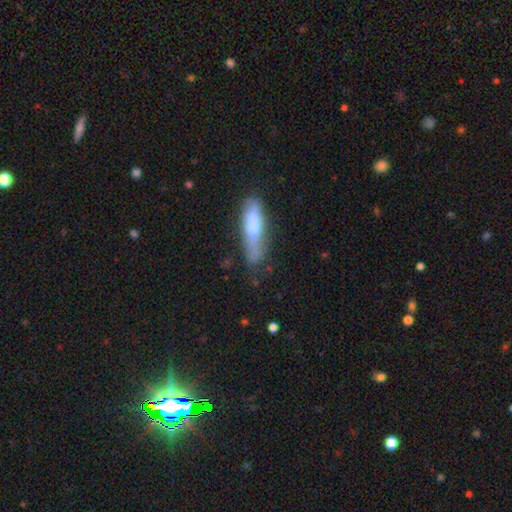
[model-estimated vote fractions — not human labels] Smooth or featured? Predicted: smooth (p=0.66). How rounded? Predicted: cigar-shaped (p=0.70). Merging? Predicted: none (p=0.58).